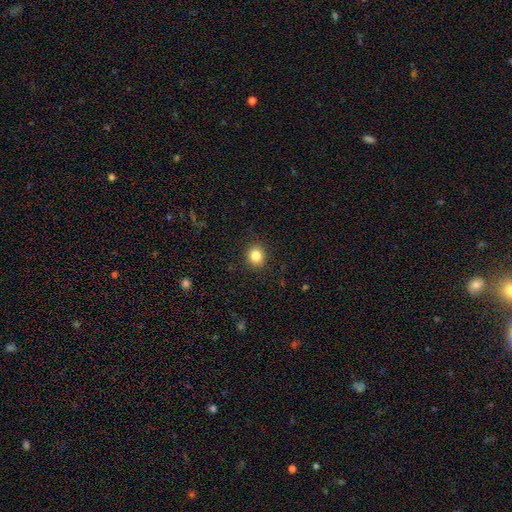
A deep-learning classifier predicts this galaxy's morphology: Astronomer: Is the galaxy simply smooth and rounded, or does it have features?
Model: smooth — 85%.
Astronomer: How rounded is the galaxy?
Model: round — 79%.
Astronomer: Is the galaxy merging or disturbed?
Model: none — 90%.